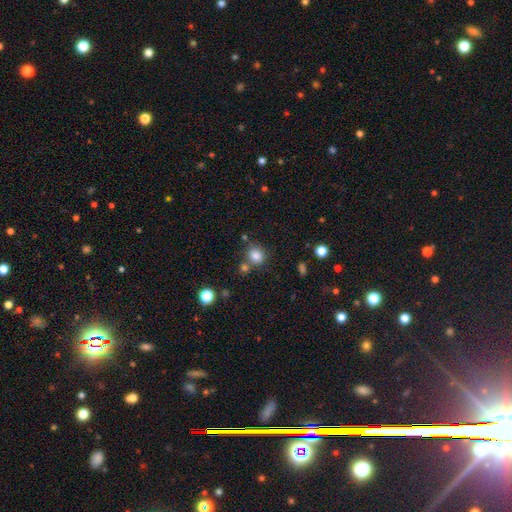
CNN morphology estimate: A smooth galaxy with no disk features (83%) that is round (83%).

Vote fractions:
- Smooth or featured? smooth: 83% / star or artifact: 11% / featured or disk: 6%
- How rounded? round: 83% / in between: 16% / cigar-shaped: 1%
- Merging? none: 69% / merger: 16% / minor disturbance: 11% / major disturbance: 4%